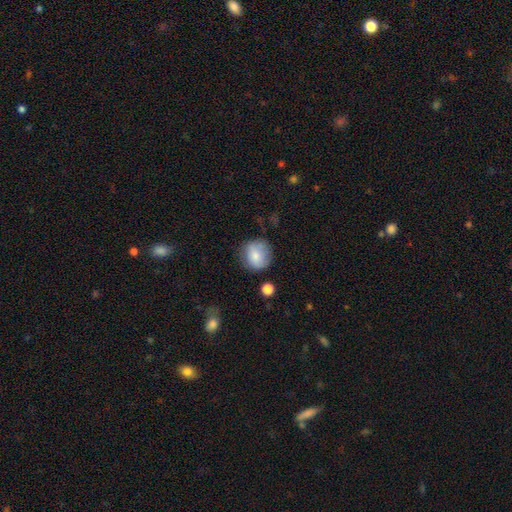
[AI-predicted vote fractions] Smooth or featured?
  - smooth: 79% *
  - featured or disk: 14%
  - star or artifact: 8%
How rounded?
  - round: 84% *
  - in between: 15%
  - cigar-shaped: 1%
Merging?
  - none: 70% *
  - minor disturbance: 21%
  - major disturbance: 6%
  - merger: 3%